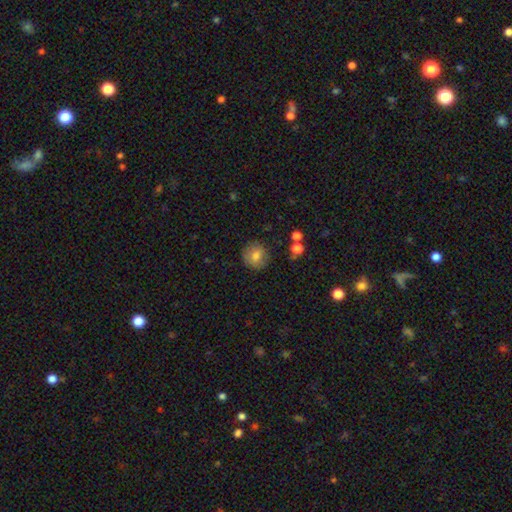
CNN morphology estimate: This is likely a smooth galaxy (77%). How rounded: clearly round (91%). Merging: clearly none (86%).